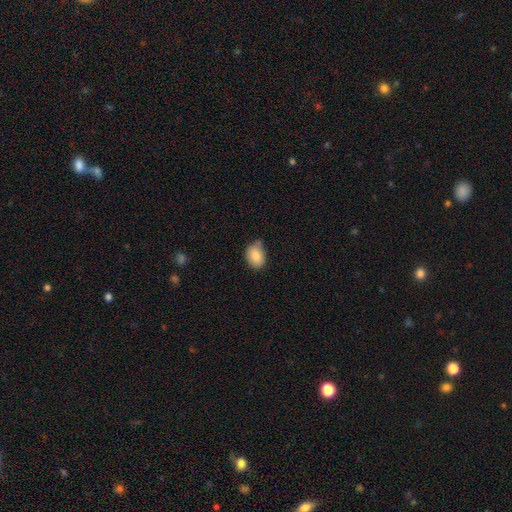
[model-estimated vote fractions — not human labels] Smooth or featured: smooth — 85% (star or artifact — 8%)
How rounded: in between — 75% (round — 24%)
Merging: none — 61% (minor disturbance — 32%)